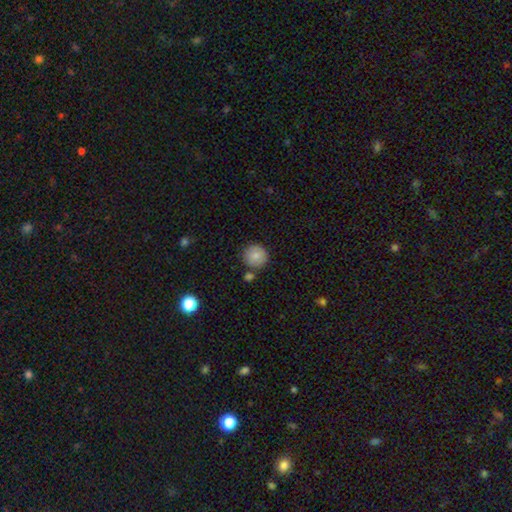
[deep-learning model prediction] smooth_or_featured: smooth (p=0.83) [alt: star or artifact p=0.08]
how_rounded: round (p=0.94) [alt: in between p=0.05]
merging: none (p=0.79) [alt: minor disturbance p=0.10]